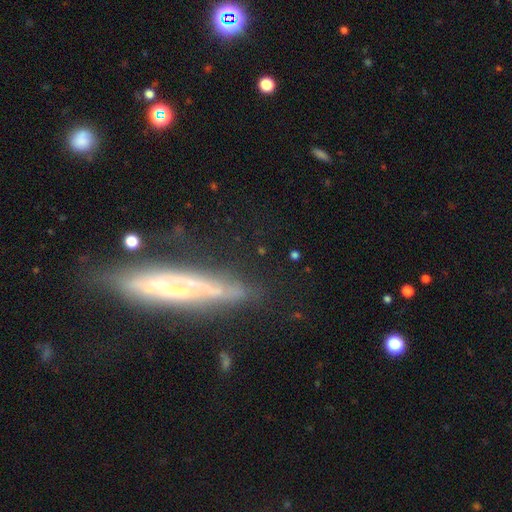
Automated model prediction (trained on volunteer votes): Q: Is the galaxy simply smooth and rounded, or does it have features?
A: featured or disk — 63%.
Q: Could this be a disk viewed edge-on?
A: yes — 82%.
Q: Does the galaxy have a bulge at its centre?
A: none — 60%.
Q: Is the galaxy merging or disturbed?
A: none — 75%.